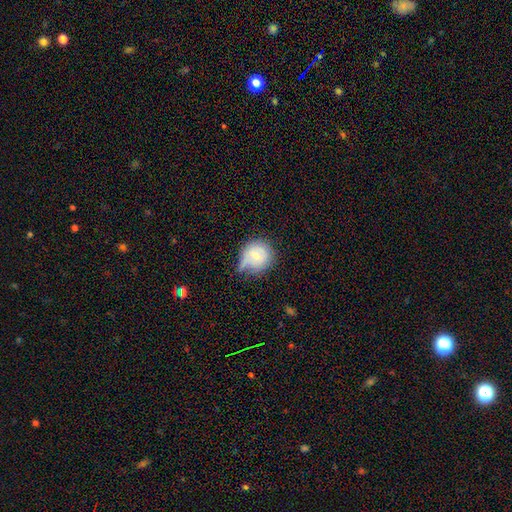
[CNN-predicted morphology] Smooth or featured: smooth — 70% (featured or disk — 20%)
How rounded: round — 87% (in between — 12%)
Merging: none — 46% (minor disturbance — 34%)